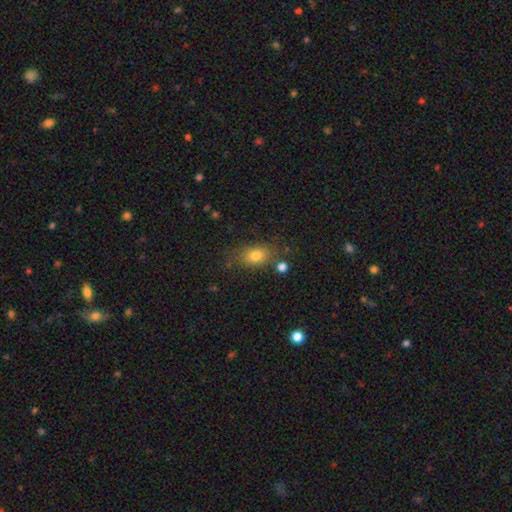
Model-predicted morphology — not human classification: Smooth or featured: smooth — 78% (star or artifact — 11%)
How rounded: in between — 75% (round — 23%)
Merging: none — 71% (minor disturbance — 17%)